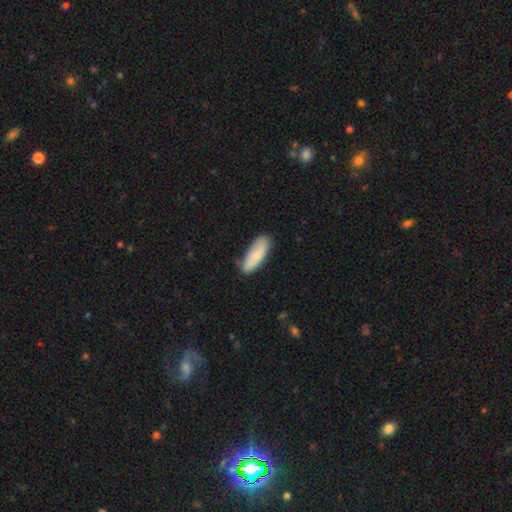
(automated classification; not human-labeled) The model was most divided on "how rounded": in between: 68%, cigar-shaped: 30%, round: 2%. More confident: smooth or featured — smooth (78%); merging — none (71%).